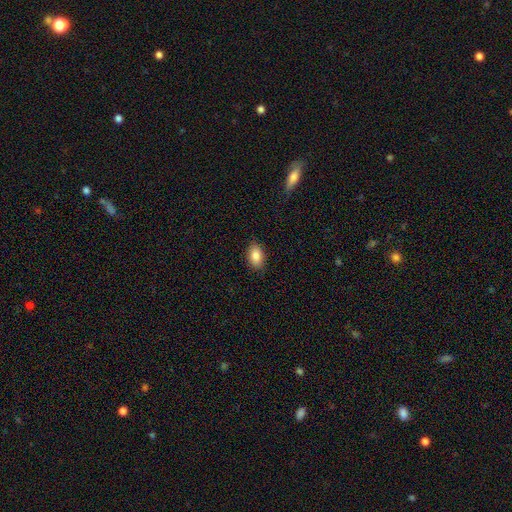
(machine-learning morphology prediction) smooth-or-featured: smooth: 85% | star or artifact: 8% | featured or disk: 7%
  how-rounded: in between: 89% | round: 9% | cigar-shaped: 1%
  merging: none: 88% | minor disturbance: 9% | major disturbance: 2% | merger: 1%